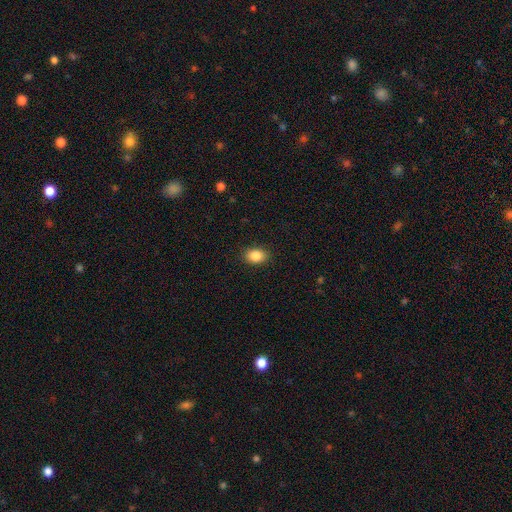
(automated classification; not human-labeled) Smooth or featured? Predicted: smooth (p=0.87). How rounded? Predicted: in between (p=0.76). Merging? Predicted: none (p=0.89).